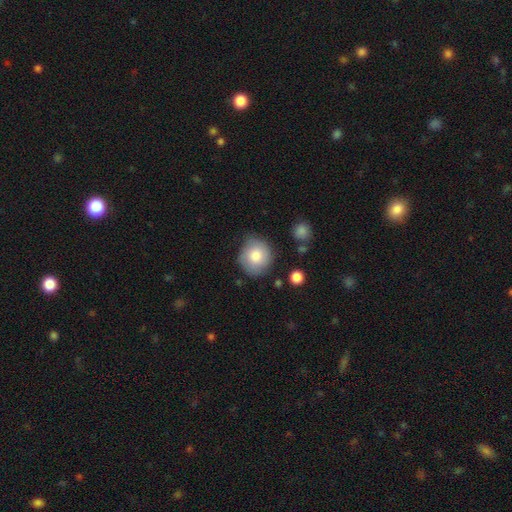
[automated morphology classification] smooth_or_featured: smooth (p=0.77) [alt: featured or disk p=0.16]
how_rounded: round (p=0.82) [alt: in between p=0.17]
merging: none (p=0.70) [alt: minor disturbance p=0.22]